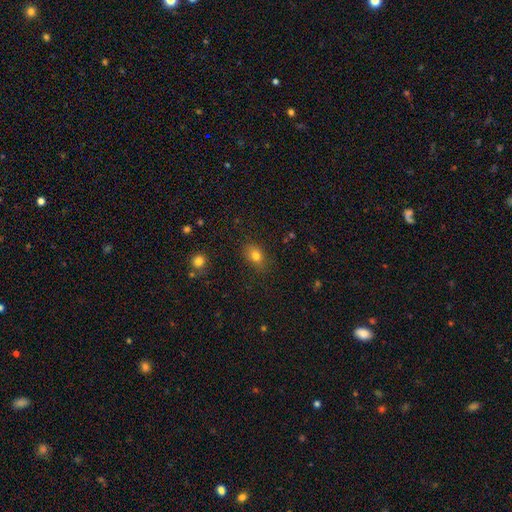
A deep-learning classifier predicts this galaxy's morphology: Smooth or featured: smooth — 79% (star or artifact — 13%)
How rounded: in between — 67% (round — 31%)
Merging: none — 80% (minor disturbance — 15%)